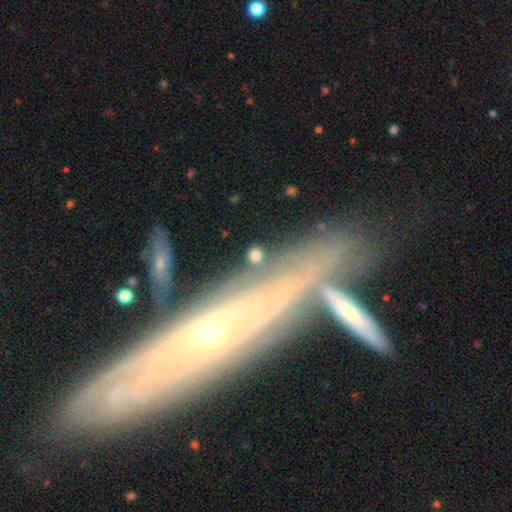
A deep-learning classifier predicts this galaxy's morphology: Smooth or featured? smooth (64%)
How rounded? round (70%)
Merging? none (76%)